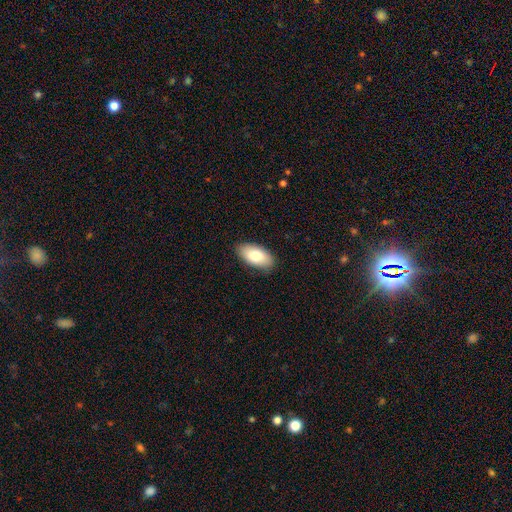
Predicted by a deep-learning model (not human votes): Smooth or featured? Predicted: smooth (p=0.80). How rounded? Predicted: in between (p=0.94). Merging? Predicted: none (p=0.88).